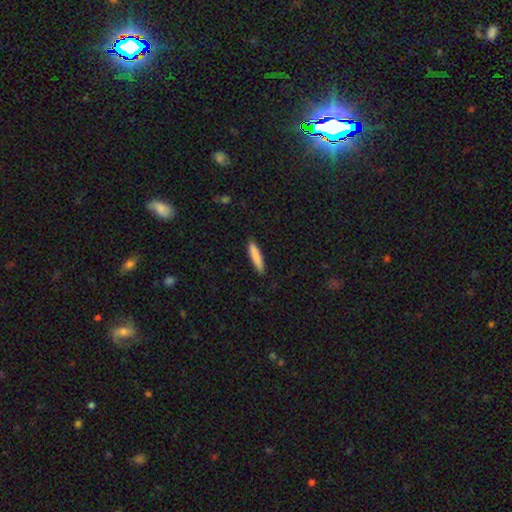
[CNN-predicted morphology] smooth 85%, featured or disk 9%, star or artifact 6%. Down the decision tree: how rounded — cigar-shaped (87%); merging — none (89%).